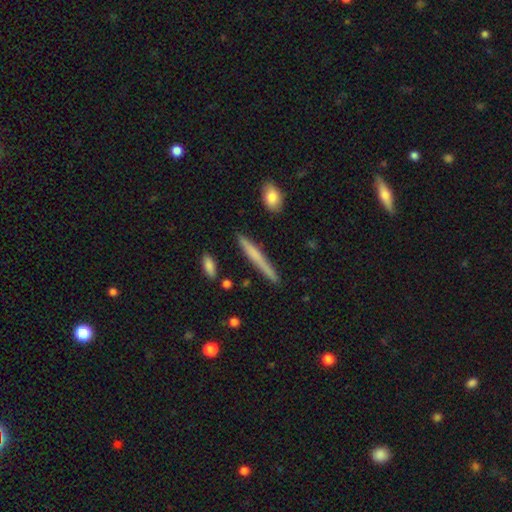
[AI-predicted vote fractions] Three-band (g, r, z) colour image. It shows a smooth galaxy with no disk features (57%) that is cigar-shaped (96%). Merging: none (89%).